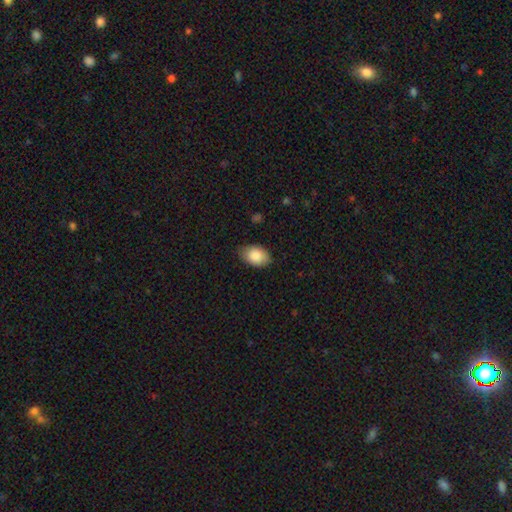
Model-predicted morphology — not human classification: Smooth or featured? smooth (87%)
How rounded? in between (88%)
Merging? none (78%)